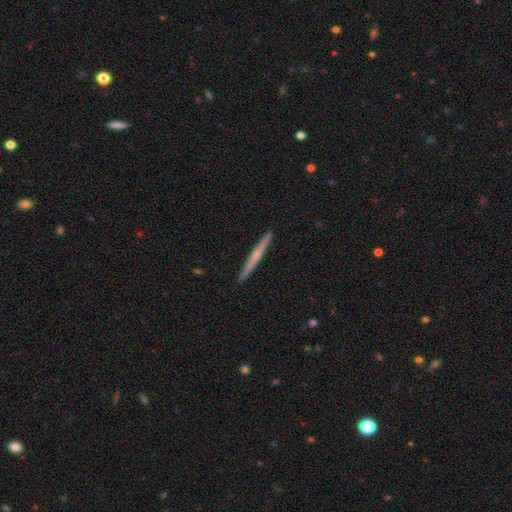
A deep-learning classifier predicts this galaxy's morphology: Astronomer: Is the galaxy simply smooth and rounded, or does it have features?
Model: featured or disk — 55% (runner-up: smooth, 39%).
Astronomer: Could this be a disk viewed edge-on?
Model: yes — 98%.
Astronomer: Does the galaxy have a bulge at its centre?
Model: none — 55% (runner-up: rounded, 38%).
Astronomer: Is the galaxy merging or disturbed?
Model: none — 93%.